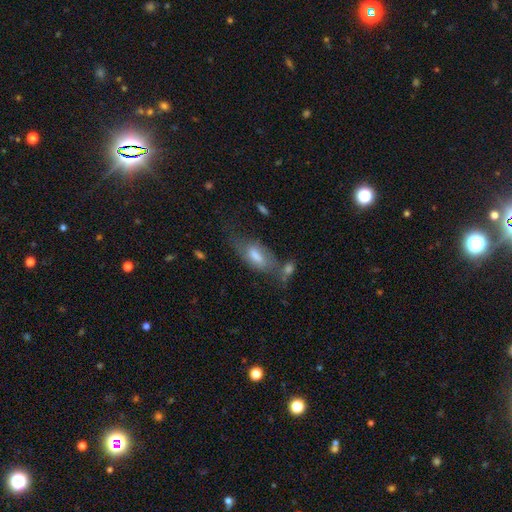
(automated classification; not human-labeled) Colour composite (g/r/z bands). It shows a smooth galaxy with no disk features (51%) that is in between round and cigar-shaped (81%). Merging: none (42%).